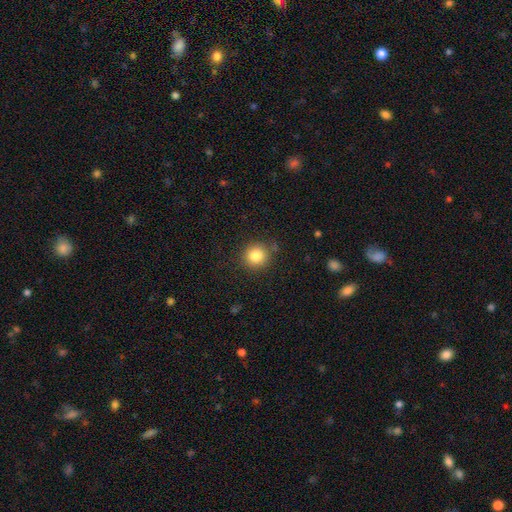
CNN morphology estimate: Smooth or featured?
  - smooth: 83% *
  - star or artifact: 11%
  - featured or disk: 7%
How rounded?
  - round: 90% *
  - in between: 9%
  - cigar-shaped: 1%
Merging?
  - none: 85% *
  - minor disturbance: 10%
  - major disturbance: 3%
  - merger: 2%